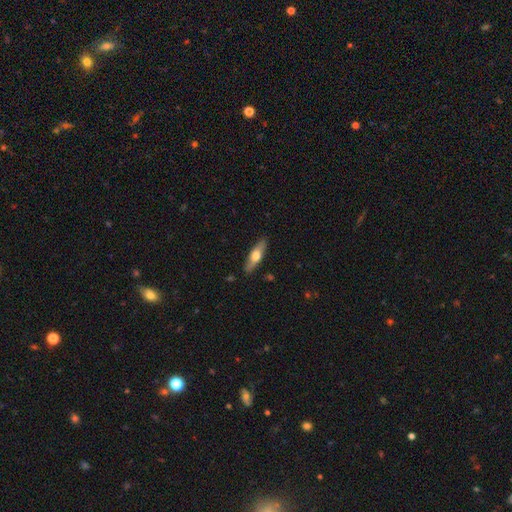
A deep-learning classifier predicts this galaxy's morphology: The model was most divided on "smooth or featured": smooth: 49%, featured or disk: 45%, star or artifact: 5%. More confident: merging — none (88%).